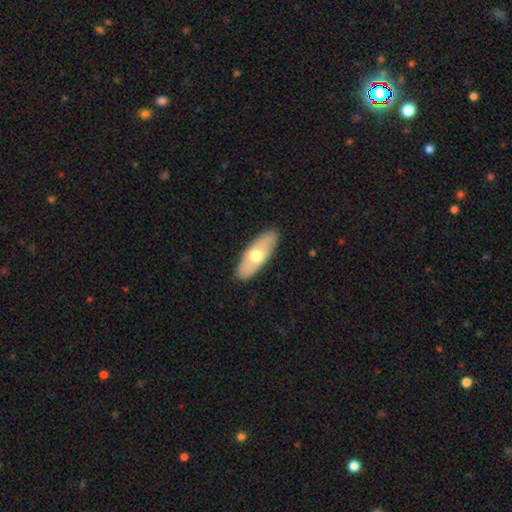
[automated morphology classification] type=smooth (55%); roundness=in between (73%); merging=none (88%).